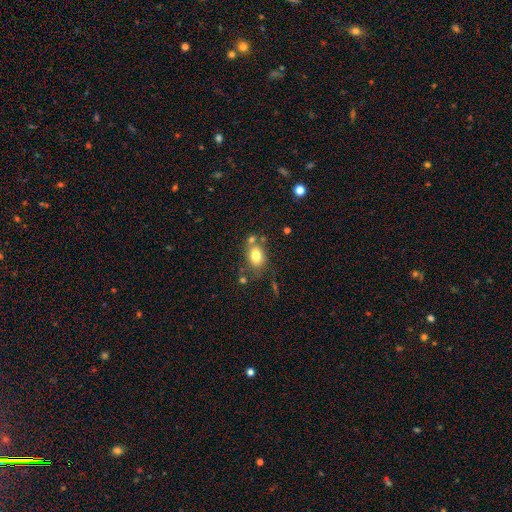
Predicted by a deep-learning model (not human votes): A smooth galaxy with no disk features (78%) that is in between round and cigar-shaped (70%). Merging: none (62%).